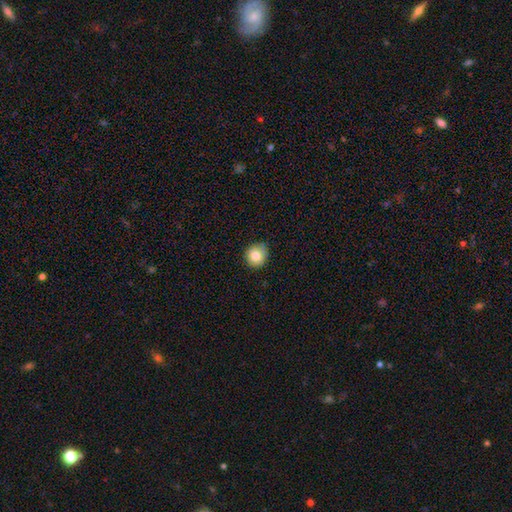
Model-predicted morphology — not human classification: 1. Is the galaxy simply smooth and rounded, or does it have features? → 81% smooth, 10% star or artifact, 9% featured or disk.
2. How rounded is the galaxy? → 86% round, 13% in between, 1% cigar-shaped.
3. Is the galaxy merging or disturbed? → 78% none, 18% minor disturbance, 3% major disturbance, 1% merger.